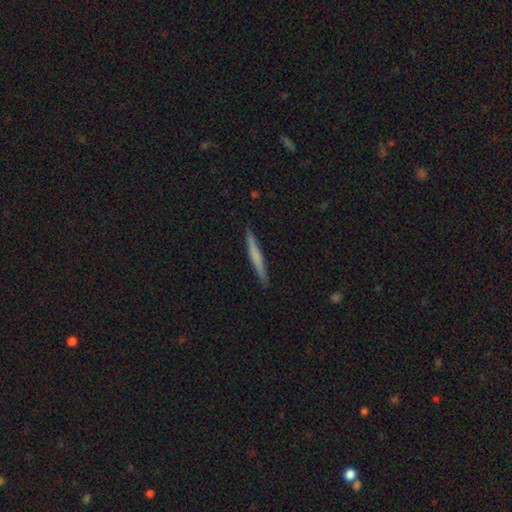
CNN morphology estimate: Smooth or featured: smooth — 59% (featured or disk — 36%)
How rounded: cigar-shaped — 96% (in between — 2%)
Merging: none — 91% (minor disturbance — 6%)